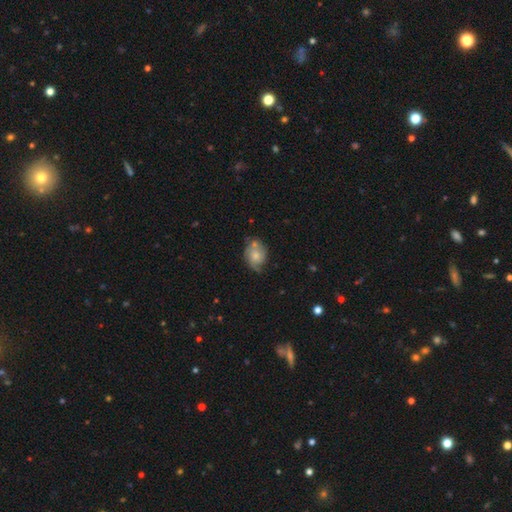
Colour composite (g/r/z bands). It shows a featured or disk galaxy (51%) with no bar (95%), 2 (40%) loose (40%) spiral arms (79%) and a moderate central bulge (47%, tied with small). Merging: none (59%).